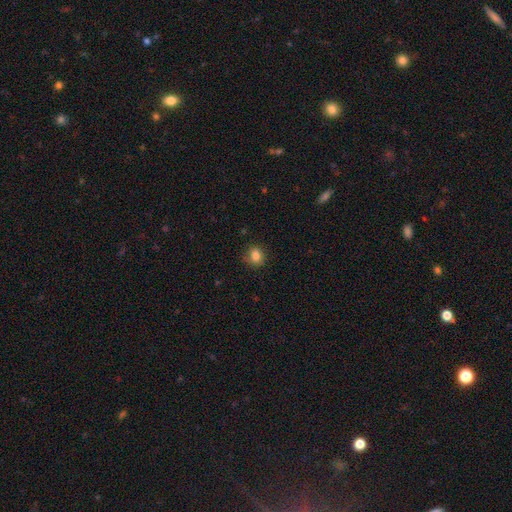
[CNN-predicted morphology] smooth_or_featured: smooth (p=0.83) [alt: star or artifact p=0.11]
how_rounded: round (p=0.70) [alt: in between p=0.29]
merging: none (p=0.77) [alt: minor disturbance p=0.17]